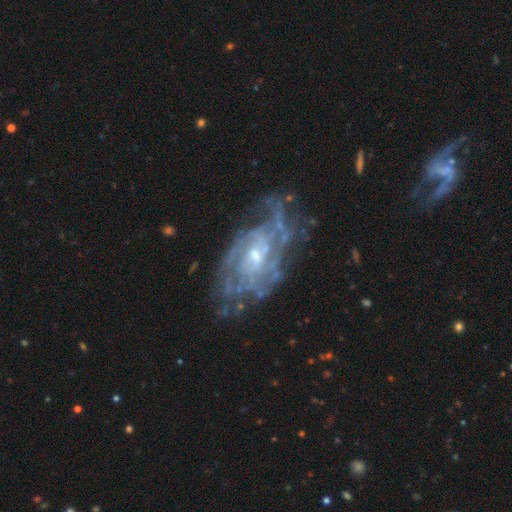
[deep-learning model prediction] Smooth or featured? Predicted: featured or disk (p=0.86). Edge-on disk? Predicted: no (p=0.96). Bar? Predicted: no (p=0.62). Spiral arms? Predicted: yes (p=0.89). Spiral winding? Predicted: tight (p=0.60). Spiral arm count? Predicted: can't tell (p=0.50). Bulge size? Predicted: small (p=0.56). Merging? Predicted: none (p=0.59).